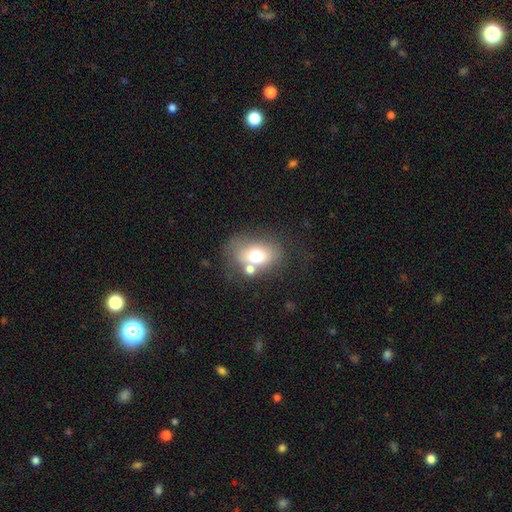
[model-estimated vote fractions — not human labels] smooth-or-featured: smooth: 68% | featured or disk: 21% | star or artifact: 11%
  how-rounded: in between: 67% | round: 31% | cigar-shaped: 1%
  merging: none: 47% | merger: 26% | minor disturbance: 18% | major disturbance: 10%